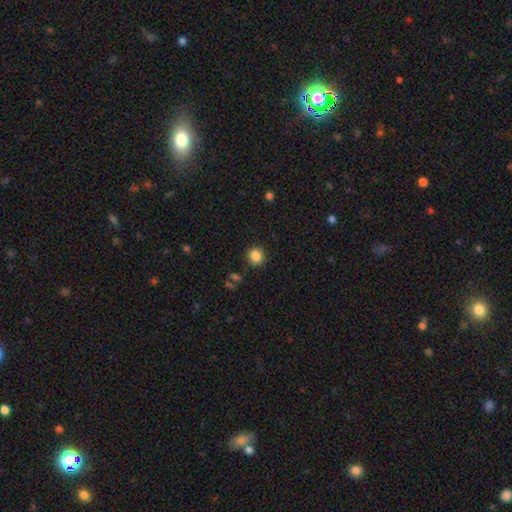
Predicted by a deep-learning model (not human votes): Overall: smooth (85%). How rounded: round (90%). Merging: none (89%).